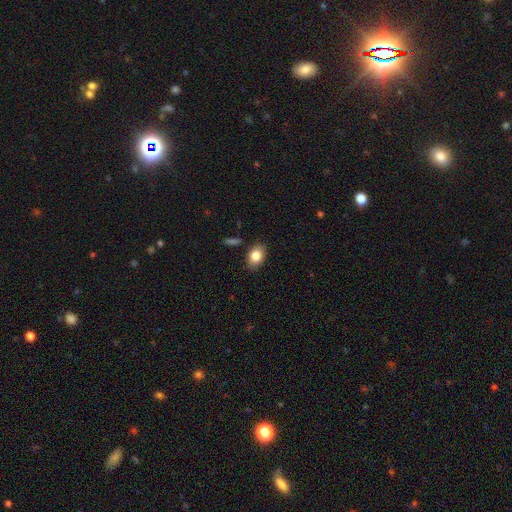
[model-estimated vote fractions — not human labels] smooth 83%, featured or disk 10%, star or artifact 8%. Down the decision tree: how rounded — in between (82%); merging — none (85%).